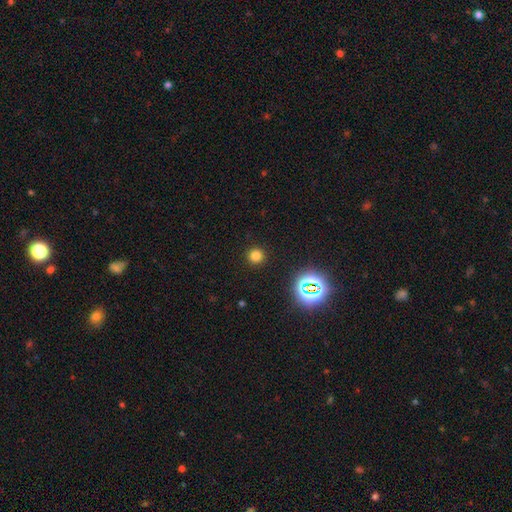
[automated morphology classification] type=smooth (74%); roundness=round (95%); merging=none (91%).